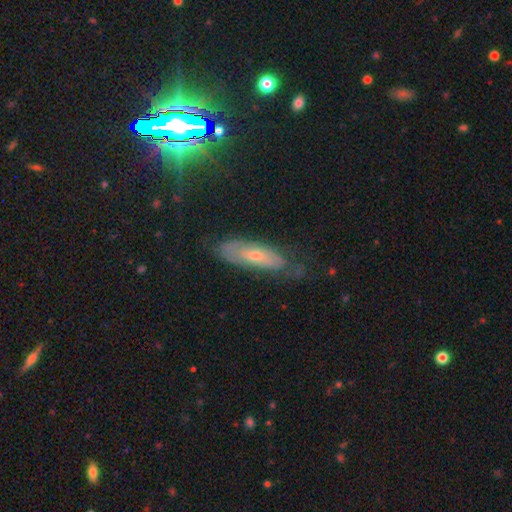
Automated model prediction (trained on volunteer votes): Smooth or featured? featured or disk (51%)
Edge-on disk? no (66%)
Merging? none (63%)